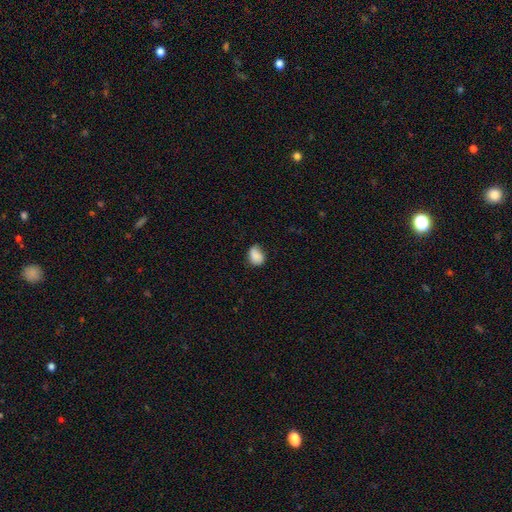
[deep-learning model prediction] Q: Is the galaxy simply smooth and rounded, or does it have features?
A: smooth — 84%.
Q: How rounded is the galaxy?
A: in between — 66%.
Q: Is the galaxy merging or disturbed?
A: none — 60%.